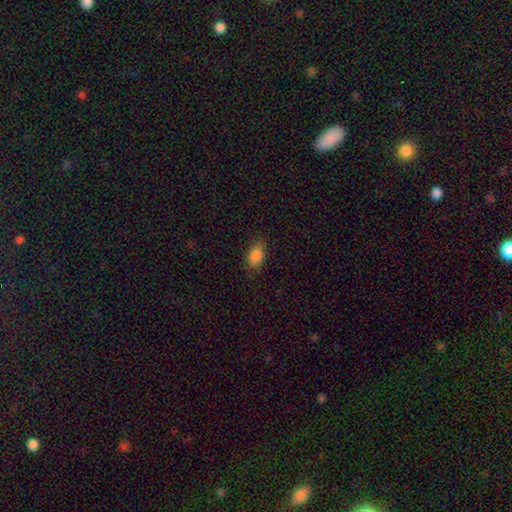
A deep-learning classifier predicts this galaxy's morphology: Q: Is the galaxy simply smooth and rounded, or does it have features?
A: smooth — 87%.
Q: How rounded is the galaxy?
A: in between — 86%.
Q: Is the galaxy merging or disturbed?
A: none — 79%.